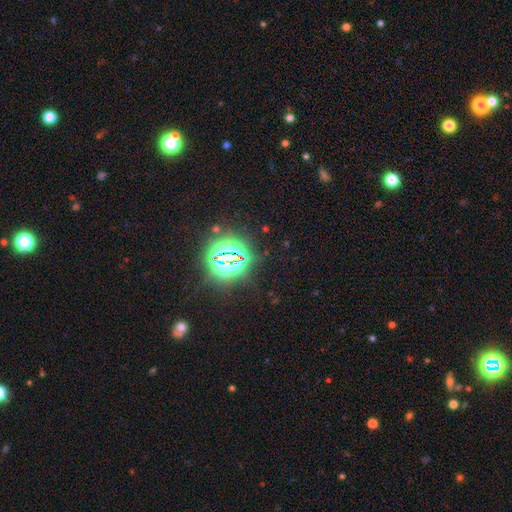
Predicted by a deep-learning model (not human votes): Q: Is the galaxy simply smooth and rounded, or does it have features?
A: star or artifact — 81%.